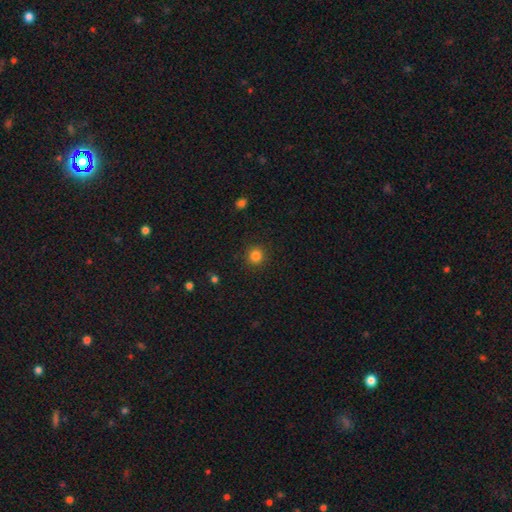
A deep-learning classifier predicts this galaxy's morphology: smooth-or-featured: smooth: 83% | star or artifact: 12% | featured or disk: 4%
  how-rounded: round: 93% | in between: 6% | cigar-shaped: 1%
  merging: none: 91% | minor disturbance: 6% | major disturbance: 2% | merger: 1%